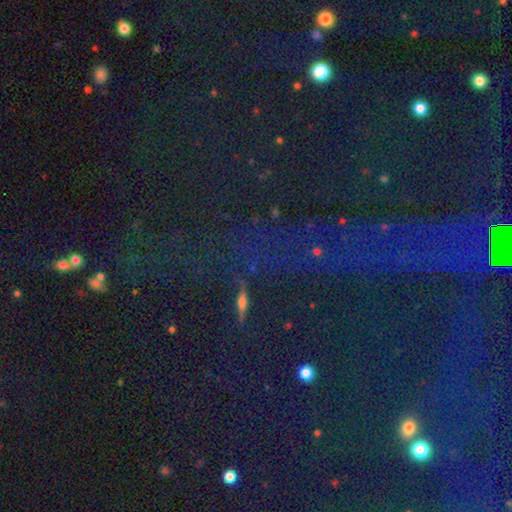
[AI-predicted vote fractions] Q: Smooth or featured?
A: star or artifact (74%); runner-up: smooth (15%)